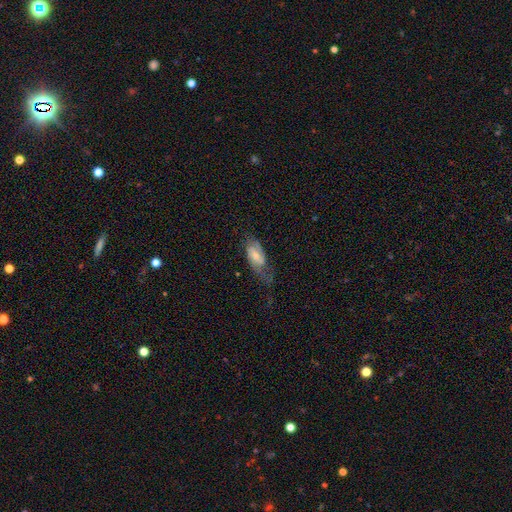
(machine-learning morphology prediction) Q: Smooth or featured?
A: featured or disk (60%); runner-up: smooth (33%)
Q: Edge-on disk?
A: no (93%); runner-up: yes (7%)
Q: Bar?
A: weak (47%); runner-up: no (34%)
Q: Spiral arms?
A: yes (86%); runner-up: no (14%)
Q: Bulge size?
A: small (45%); runner-up: moderate (43%)
Q: Merging?
A: none (42%); runner-up: minor disturbance (28%)